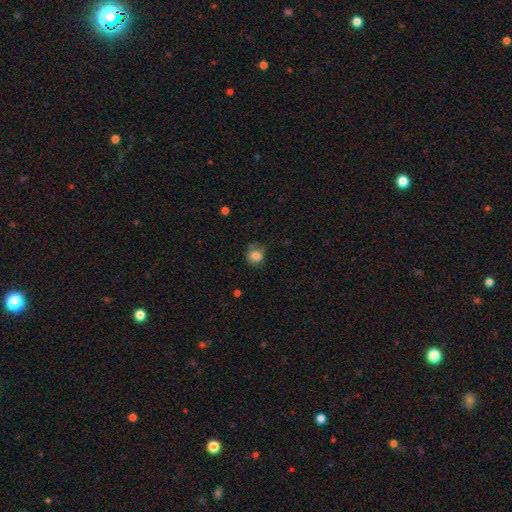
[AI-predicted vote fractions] Smooth or featured? smooth (81%)
How rounded? round (76%)
Merging? none (66%)